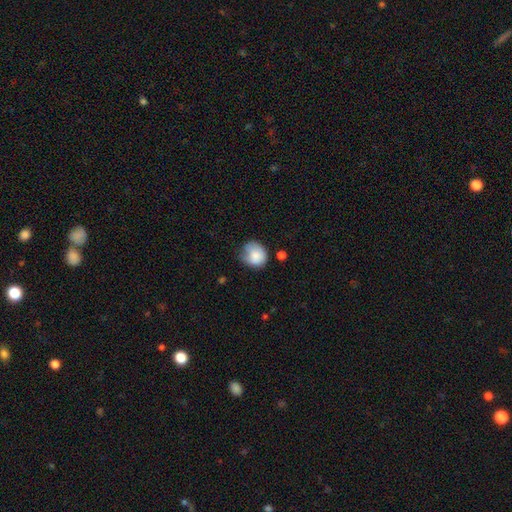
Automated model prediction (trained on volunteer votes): Q: Smooth or featured?
A: smooth (82%); runner-up: featured or disk (11%)
Q: How rounded?
A: round (74%); runner-up: in between (25%)
Q: Merging?
A: none (46%); runner-up: minor disturbance (38%)